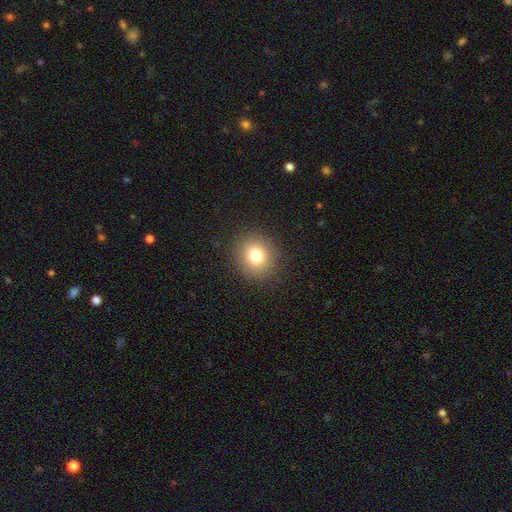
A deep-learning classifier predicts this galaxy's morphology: smooth 78%, star or artifact 12%, featured or disk 9%. Down the decision tree: how rounded — round (83%); merging — none (90%).